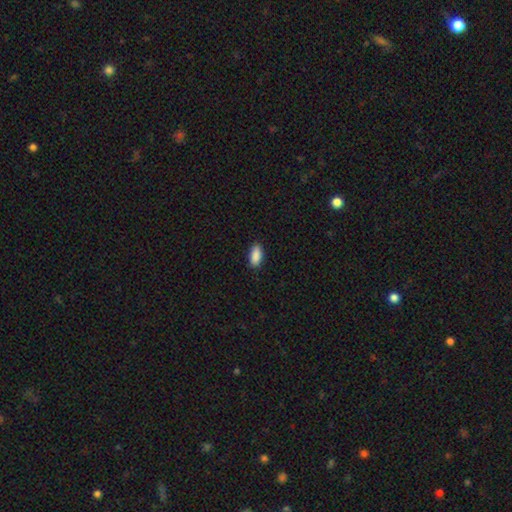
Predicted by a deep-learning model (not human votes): Q: Smooth or featured?
A: smooth (90%); runner-up: star or artifact (7%)
Q: How rounded?
A: in between (88%); runner-up: cigar-shaped (10%)
Q: Merging?
A: none (88%); runner-up: minor disturbance (9%)